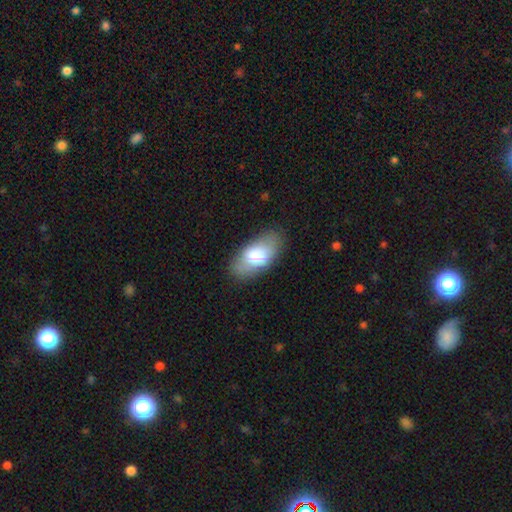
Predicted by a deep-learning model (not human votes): A smooth galaxy with no disk features (75%) that is in between round and cigar-shaped (92%). Merging: none (74%).